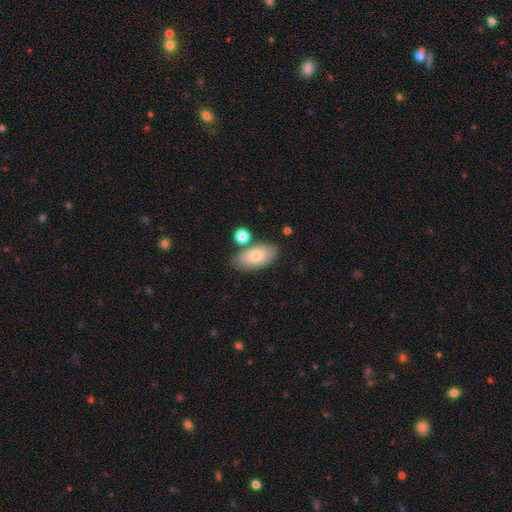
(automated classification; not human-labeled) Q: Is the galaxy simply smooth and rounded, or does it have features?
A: smooth — 78%.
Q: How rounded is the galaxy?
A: in between — 93%.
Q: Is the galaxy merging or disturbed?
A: none — 72%.